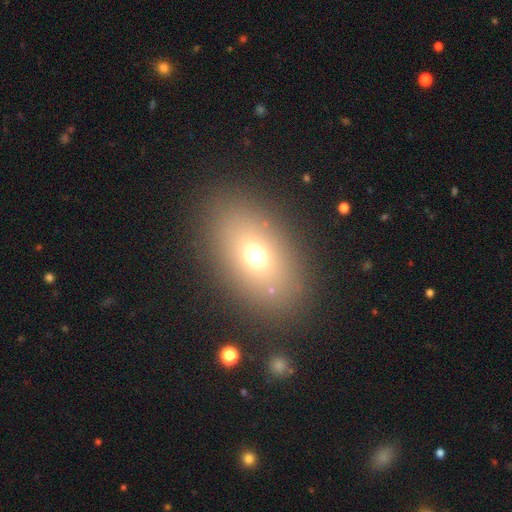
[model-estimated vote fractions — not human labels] A smooth galaxy with no disk features (68%) that is in between round and cigar-shaped (78%). Merging: none (84%).